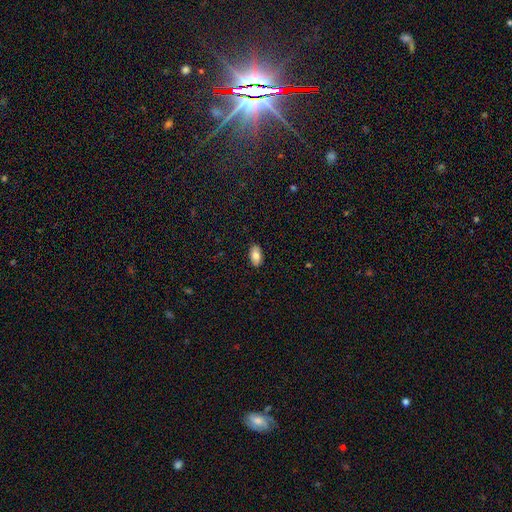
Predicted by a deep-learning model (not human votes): Overall: smooth (79%). How rounded: in between (93%). Merging: none (89%).